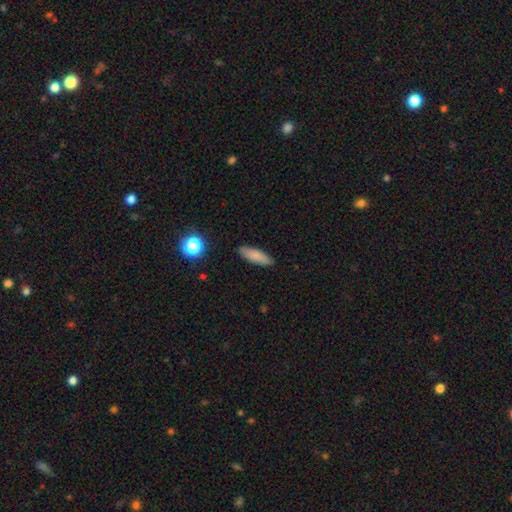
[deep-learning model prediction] This appears to be a smooth galaxy with no disk features (83%) that is cigar-shaped (51%). Merging: none (88%).